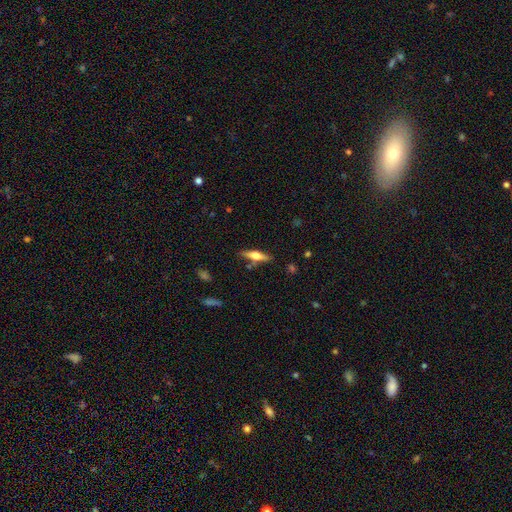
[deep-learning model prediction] A featured or disk galaxy (50%) viewed edge-on (94%).

Vote fractions:
- Smooth or featured? featured or disk: 50% / smooth: 43% / star or artifact: 6%
- Edge-on disk? yes: 94% / no: 6%
- Merging? none: 81% / minor disturbance: 12% / merger: 4% / major disturbance: 3%